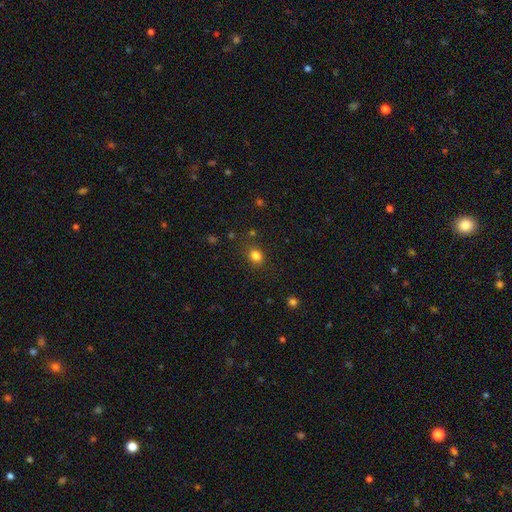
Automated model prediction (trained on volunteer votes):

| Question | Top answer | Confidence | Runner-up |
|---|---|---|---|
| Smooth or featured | smooth | 82% | star or artifact (13%) |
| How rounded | round | 64% | in between (35%) |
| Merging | none | 83% | minor disturbance (11%) |